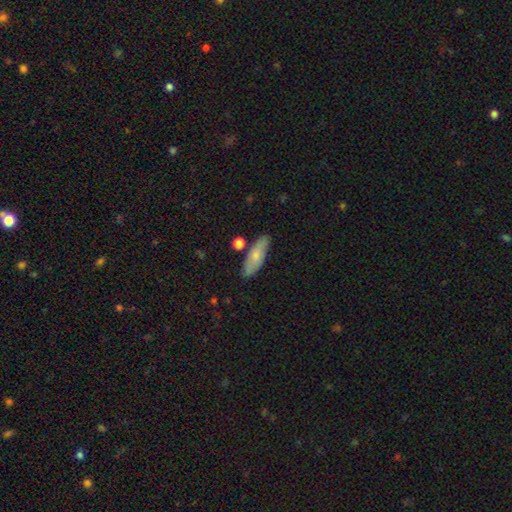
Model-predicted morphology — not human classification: This appears to be a smooth galaxy with no disk features (70%) that is in between round and cigar-shaped (59%). Merging: none (78%).